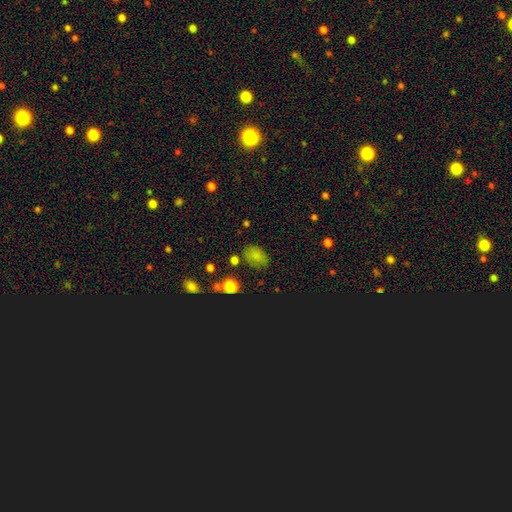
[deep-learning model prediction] A smooth galaxy with no disk features (73%) that is in between round and cigar-shaped (74%).

Vote fractions:
- Smooth or featured? smooth: 73% / star or artifact: 19% / featured or disk: 8%
- How rounded? in between: 74% / round: 25% / cigar-shaped: 1%
- Merging? none: 73% / minor disturbance: 18% / major disturbance: 6% / merger: 4%